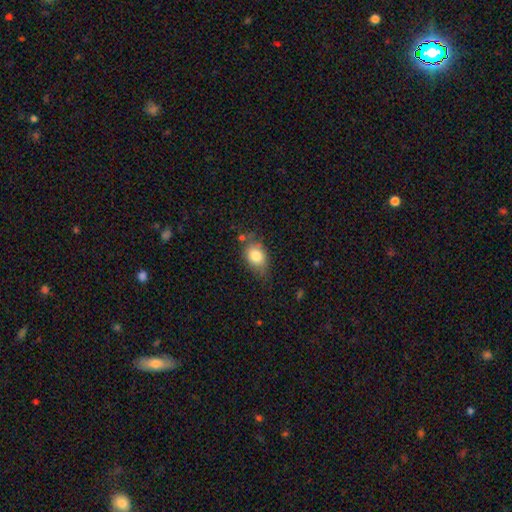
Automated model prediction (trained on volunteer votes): The model was most divided on "merging": none: 58%, minor disturbance: 29%, major disturbance: 8%, merger: 6%. More confident: smooth or featured — smooth (81%); how rounded — in between (72%).